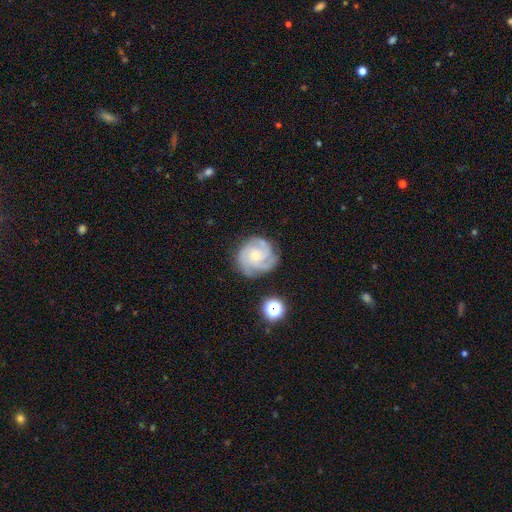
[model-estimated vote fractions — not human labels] A featured or disk galaxy (81%) with no bar (76%), 3 (46%) tight (58%) spiral arms (97%) and a small central bulge (67%).

Vote fractions:
- Smooth or featured? featured or disk: 81% / smooth: 12% / star or artifact: 7%
- Edge-on disk? no: 98% / yes: 2%
- Bar? no: 76% / weak: 21% / strong: 3%
- Spiral arms? yes: 97% / no: 3%
- Spiral winding? tight: 58% / medium: 35% / loose: 7%
- Spiral arm count? 3: 46% / 4: 21% / can't tell: 14% / 2: 9% / more than 4: 5% / 1: 5%
- Bulge size? small: 67% / moderate: 29% / none: 2% / large: 1% / dominant: 1%
- Merging? none: 73% / minor disturbance: 18% / major disturbance: 6% / merger: 2%